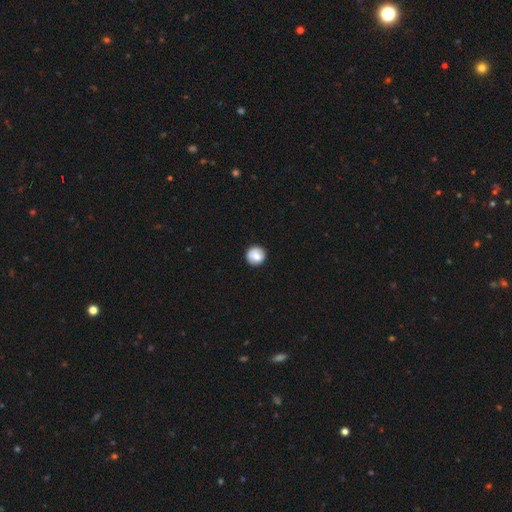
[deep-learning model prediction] Smooth or featured?
  - smooth: 80% *
  - featured or disk: 12%
  - star or artifact: 8%
How rounded?
  - round: 94% *
  - in between: 5%
  - cigar-shaped: 1%
Merging?
  - none: 88% *
  - minor disturbance: 9%
  - major disturbance: 2%
  - merger: 1%